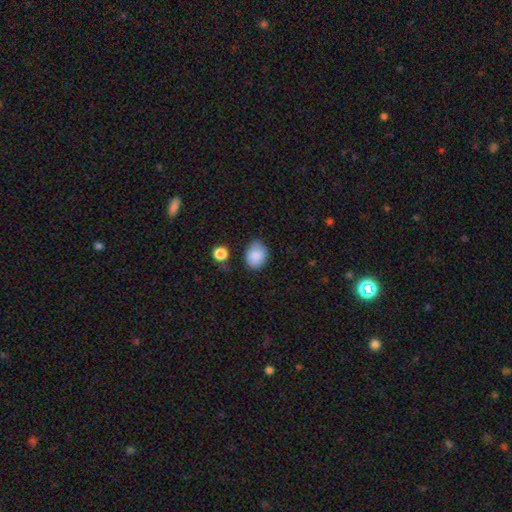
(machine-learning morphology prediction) The model was most divided on "how rounded": in between: 58%, round: 41%, cigar-shaped: 1%. More confident: smooth or featured — smooth (87%); merging — none (72%).